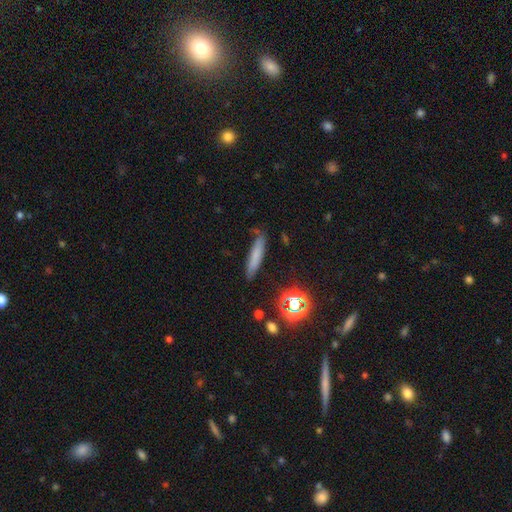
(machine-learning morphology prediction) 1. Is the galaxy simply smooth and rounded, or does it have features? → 67% smooth, 19% featured or disk, 14% star or artifact.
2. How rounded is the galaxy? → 85% cigar-shaped, 12% in between, 3% round.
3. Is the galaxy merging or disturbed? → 74% none, 19% minor disturbance, 5% major disturbance, 3% merger.